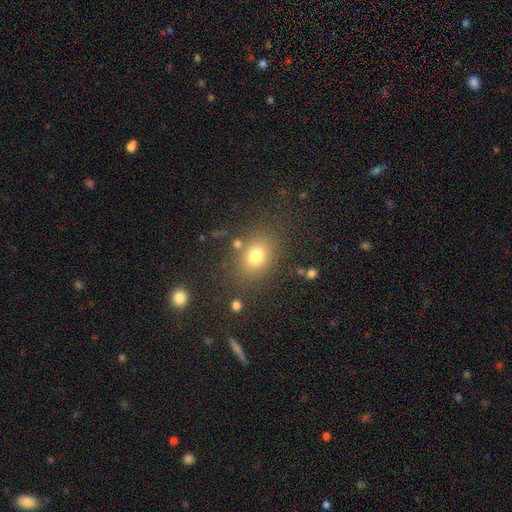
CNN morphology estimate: Smooth or featured? smooth (76%)
How rounded? in between (56%)
Merging? none (77%)